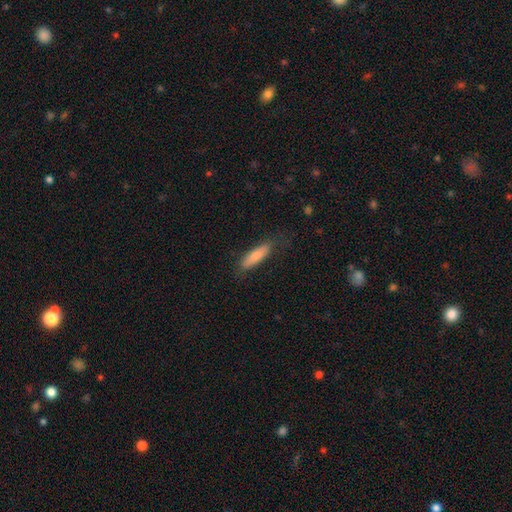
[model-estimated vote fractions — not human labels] Overall: smooth (83%). How rounded: cigar-shaped (66%; in between 32%). Merging: none (77%).